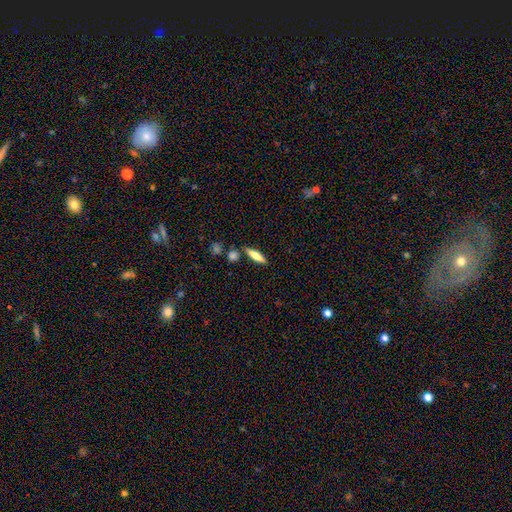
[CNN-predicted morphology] smooth-or-featured: smooth: 63% | featured or disk: 31% | star or artifact: 7%
  how-rounded: cigar-shaped: 70% | in between: 27% | round: 3%
  merging: none: 81% | minor disturbance: 10% | merger: 6% | major disturbance: 3%